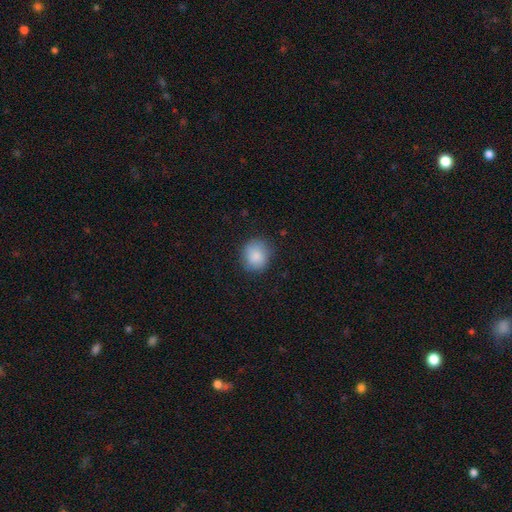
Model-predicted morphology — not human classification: smooth 86%, star or artifact 8%, featured or disk 6%. Down the decision tree: how rounded — round (81%); merging — none (81%).